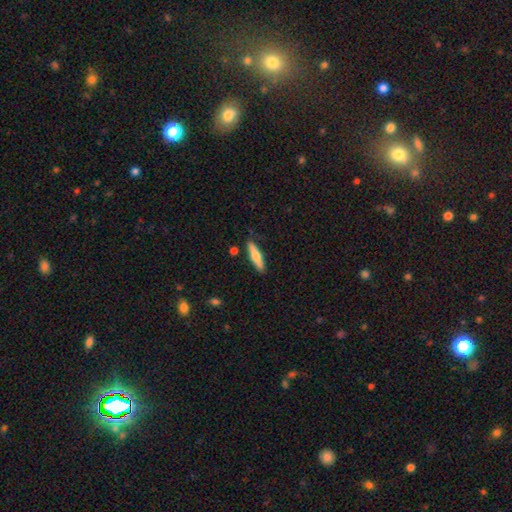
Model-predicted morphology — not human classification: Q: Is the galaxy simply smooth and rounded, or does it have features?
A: smooth — 61%.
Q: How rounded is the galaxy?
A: cigar-shaped — 80%.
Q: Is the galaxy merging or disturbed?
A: none — 85%.